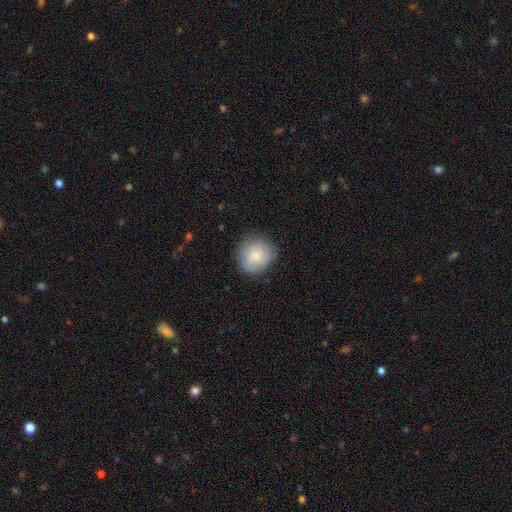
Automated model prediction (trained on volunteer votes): This is clearly a smooth galaxy (81%). How rounded: clearly round (85%). Merging: likely none (78%).